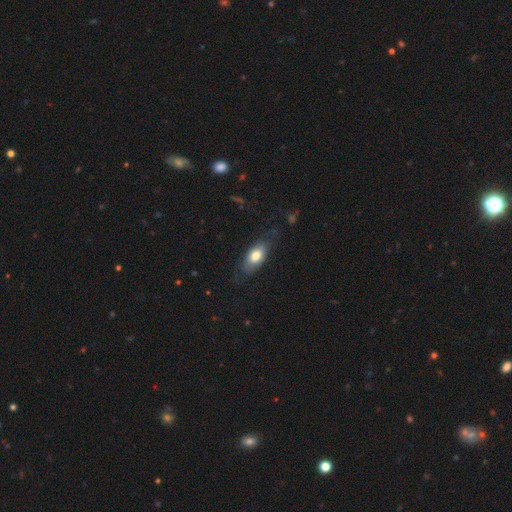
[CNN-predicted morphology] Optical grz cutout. It shows a smooth galaxy with no disk features (71%) that is in between round and cigar-shaped (86%). Merging: none (69%).